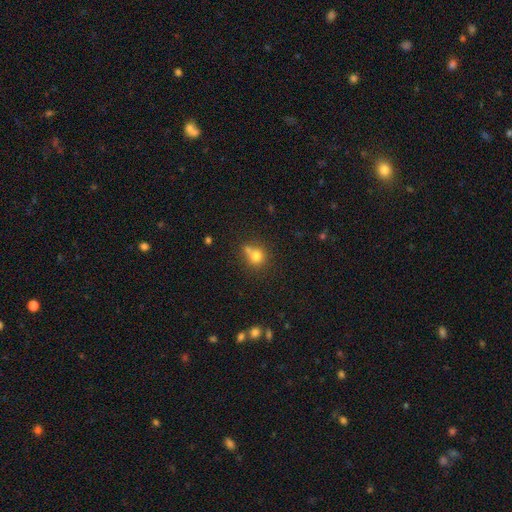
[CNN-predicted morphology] A smooth galaxy with no disk features (76%) that is round (82%).

Vote fractions:
- Smooth or featured? smooth: 76% / star or artifact: 13% / featured or disk: 11%
- How rounded? round: 82% / in between: 17% / cigar-shaped: 1%
- Merging? none: 51% / merger: 30% / minor disturbance: 14% / major disturbance: 5%